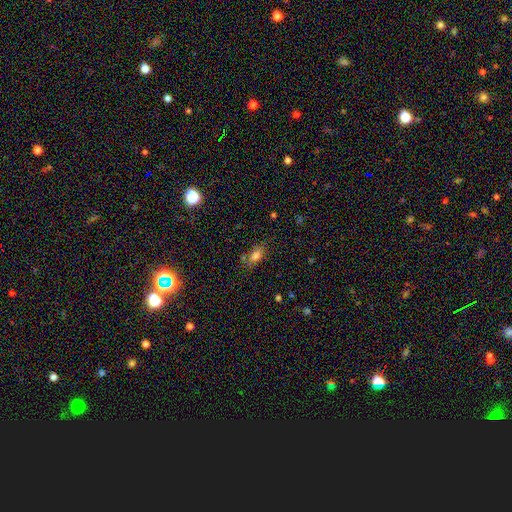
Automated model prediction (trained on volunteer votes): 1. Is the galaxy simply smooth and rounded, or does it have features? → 77% smooth, 12% star or artifact, 11% featured or disk.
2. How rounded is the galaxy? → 84% in between, 9% cigar-shaped, 8% round.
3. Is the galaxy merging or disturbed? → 68% none, 17% minor disturbance, 9% merger, 5% major disturbance.